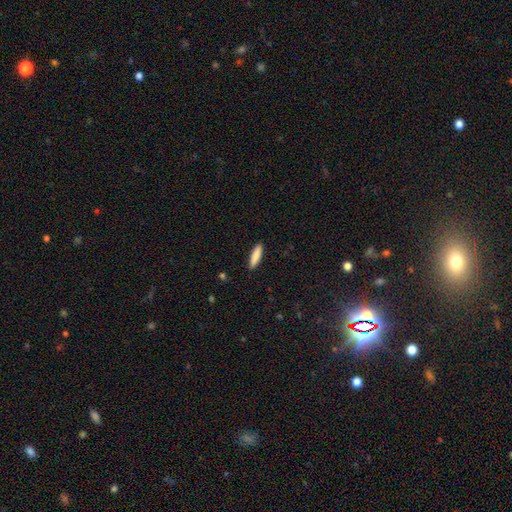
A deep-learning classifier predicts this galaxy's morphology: Overall: smooth (85%). How rounded: cigar-shaped (79%). Merging: none (90%).